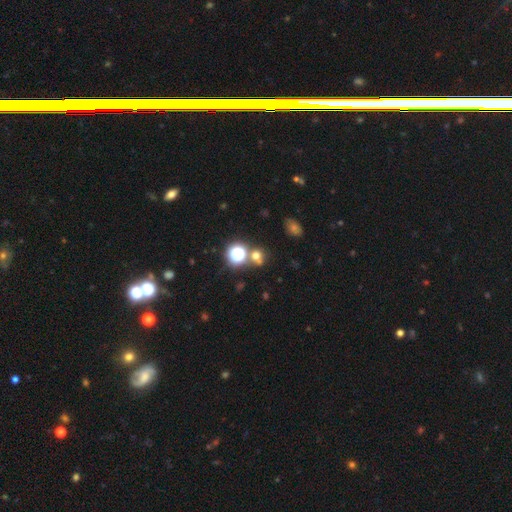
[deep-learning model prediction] Smooth or featured? smooth (56%)
How rounded? round (84%)
Merging? none (66%)